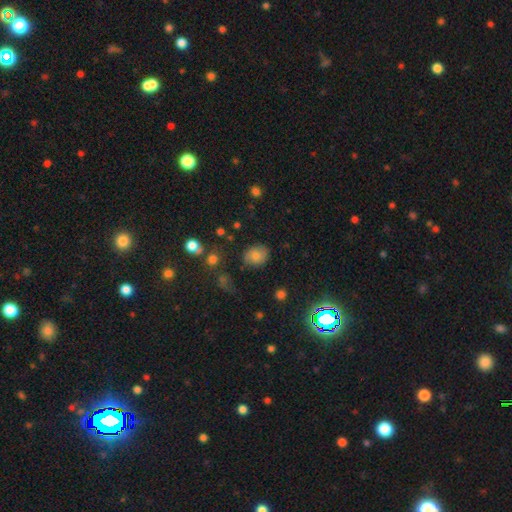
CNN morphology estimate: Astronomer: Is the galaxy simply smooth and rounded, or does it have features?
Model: smooth — 74%.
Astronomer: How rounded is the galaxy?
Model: round — 57% (runner-up: in between, 42%).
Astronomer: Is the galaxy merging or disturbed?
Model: none — 76%.